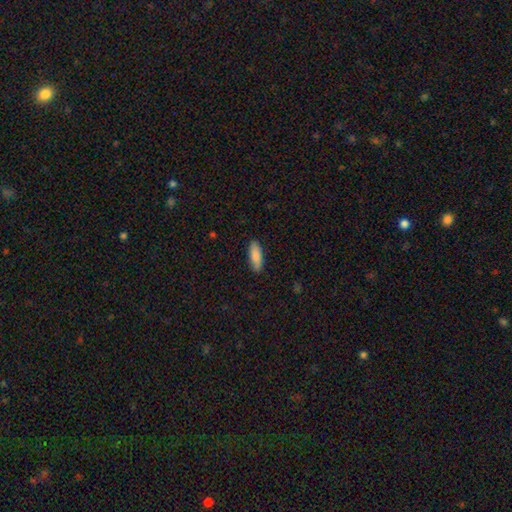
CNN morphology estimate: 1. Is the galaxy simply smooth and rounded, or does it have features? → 87% smooth, 7% featured or disk, 6% star or artifact.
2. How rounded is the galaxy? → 59% in between, 40% cigar-shaped, 2% round.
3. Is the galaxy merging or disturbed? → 87% none, 10% minor disturbance, 2% major disturbance, 1% merger.